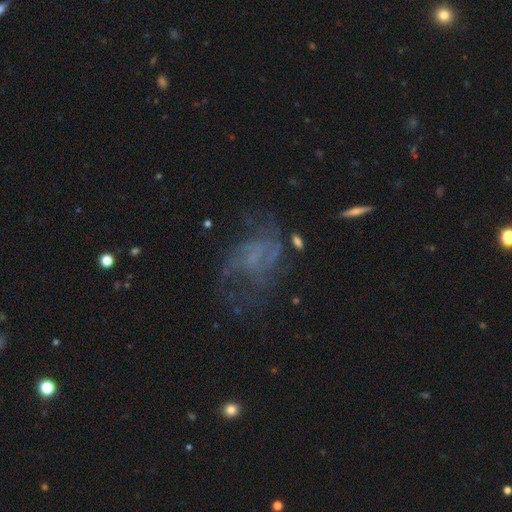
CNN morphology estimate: Smooth or featured: featured or disk — 63% (smooth — 19%)
Edge-on disk: no — 97% (yes — 3%)
Bar: no — 69% (weak — 25%)
Spiral arms: yes — 61% (no — 39%)
Bulge size: none — 66% (small — 21%)
Merging: none — 45% (major disturbance — 33%)